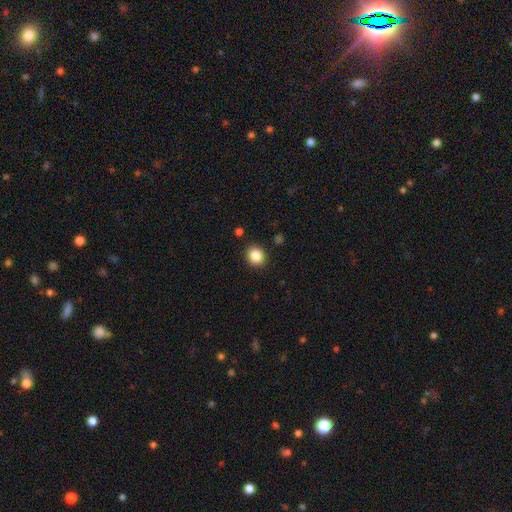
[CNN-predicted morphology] Smooth or featured? Predicted: smooth (p=0.86). How rounded? Predicted: round (p=0.75). Merging? Predicted: none (p=0.89).